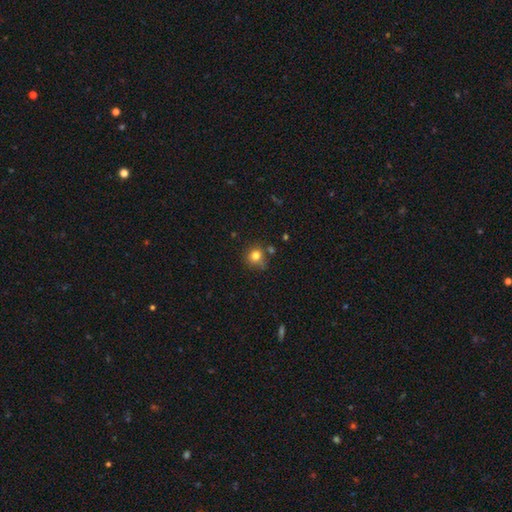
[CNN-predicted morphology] Overall: smooth (79%). How rounded: round (87%). Merging: none (70%).